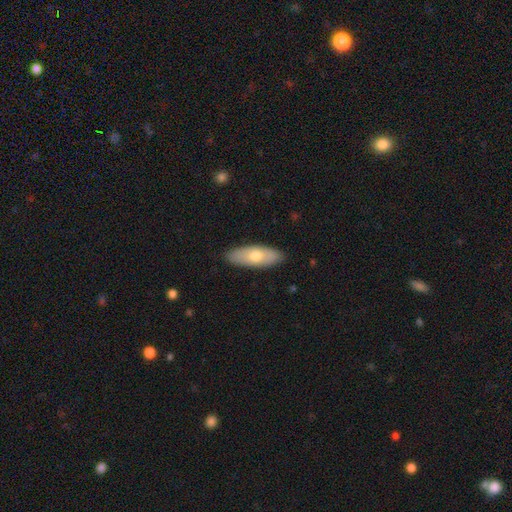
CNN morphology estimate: This appears to be a smooth galaxy with no disk features (66%) that is in between round and cigar-shaped (72%). Merging: none (88%).